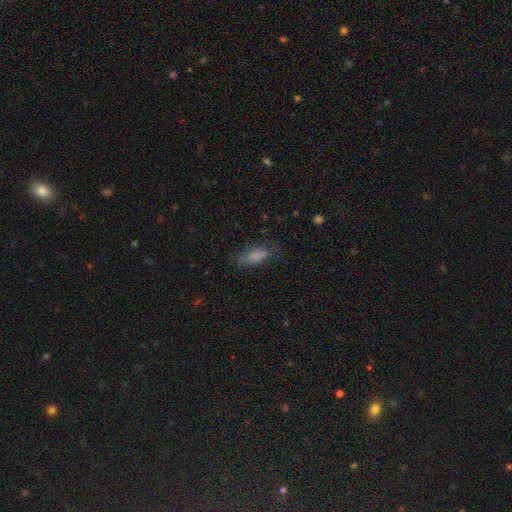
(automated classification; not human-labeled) This appears to be a smooth galaxy with no disk features (76%) that is in between round and cigar-shaped (71%). Merging: none (64%).